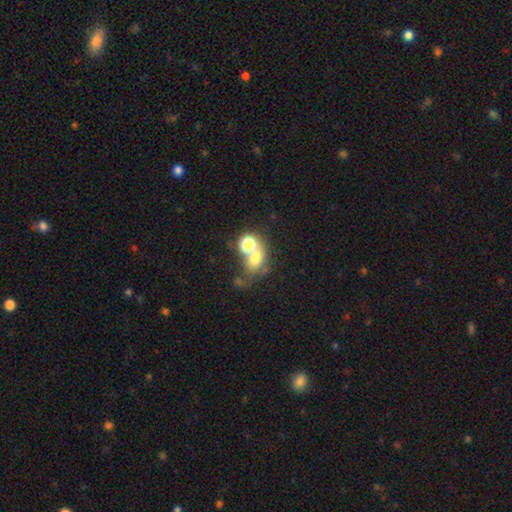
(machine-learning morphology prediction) smooth_or_featured: smooth (p=0.58) [alt: star or artifact p=0.21]
how_rounded: round (p=0.52) [alt: in between p=0.47]
merging: merger (p=0.49) [alt: none p=0.30]